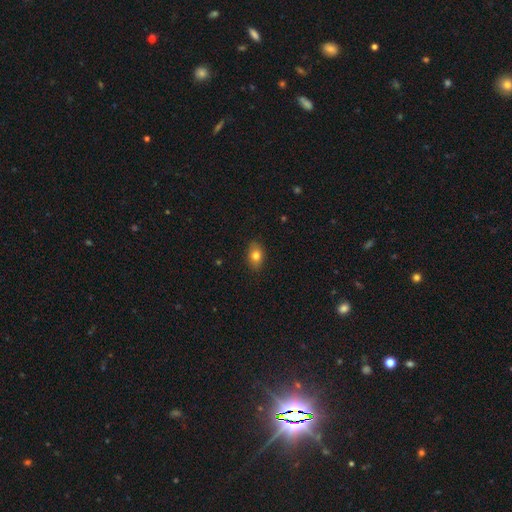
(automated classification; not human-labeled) Smooth or featured: smooth — 79% (featured or disk — 11%)
How rounded: in between — 79% (round — 20%)
Merging: none — 87% (minor disturbance — 10%)